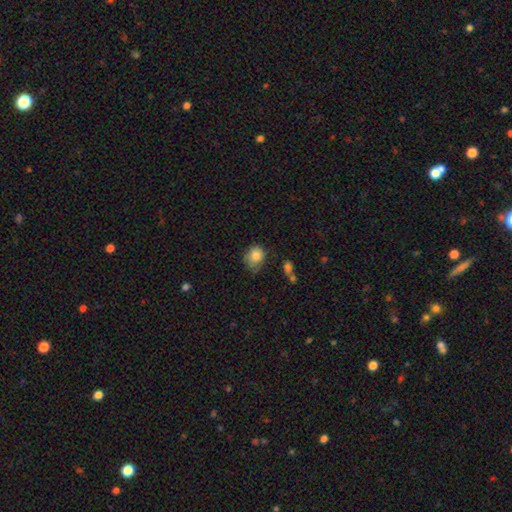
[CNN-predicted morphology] smooth_or_featured: smooth (p=0.82) [alt: star or artifact p=0.09]
how_rounded: round (p=0.62) [alt: in between p=0.37]
merging: none (p=0.55) [alt: minor disturbance p=0.33]